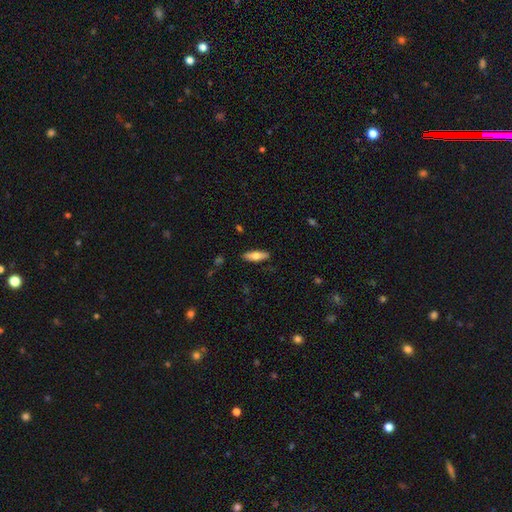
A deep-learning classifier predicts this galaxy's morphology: A smooth galaxy with no disk features (69%) that is in between round and cigar-shaped (56%). Merging: none (87%).